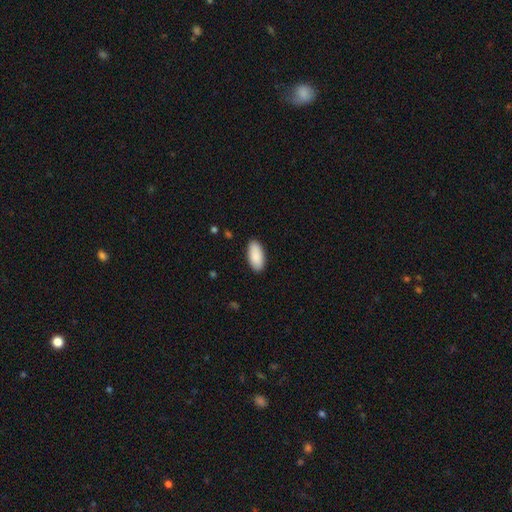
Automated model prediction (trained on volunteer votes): A smooth galaxy with no disk features (90%) that is in between round and cigar-shaped (91%). Merging: none (89%).